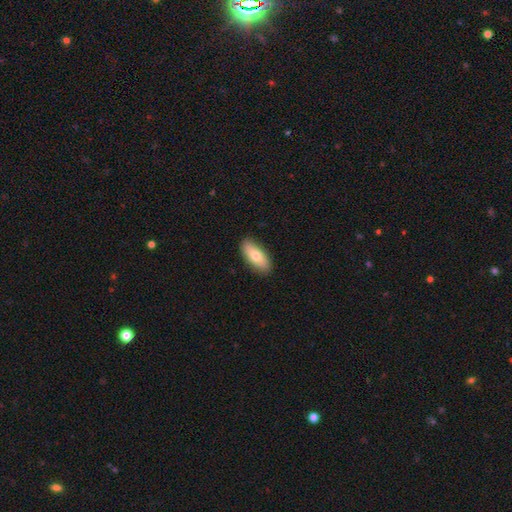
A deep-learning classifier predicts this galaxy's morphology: smooth_or_featured: smooth (p=0.73) [alt: featured or disk p=0.22]
how_rounded: in between (p=0.85) [alt: cigar-shaped p=0.13]
merging: none (p=0.88) [alt: minor disturbance p=0.09]